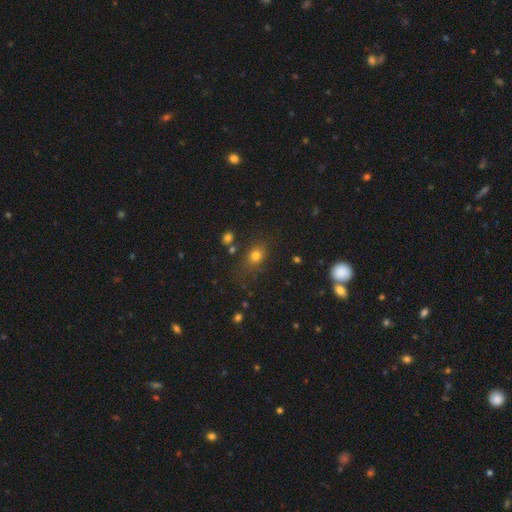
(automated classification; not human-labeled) Q: Smooth or featured?
A: smooth (75%); runner-up: star or artifact (16%)
Q: How rounded?
A: in between (53%); runner-up: round (44%)
Q: Merging?
A: none (73%); runner-up: minor disturbance (15%)